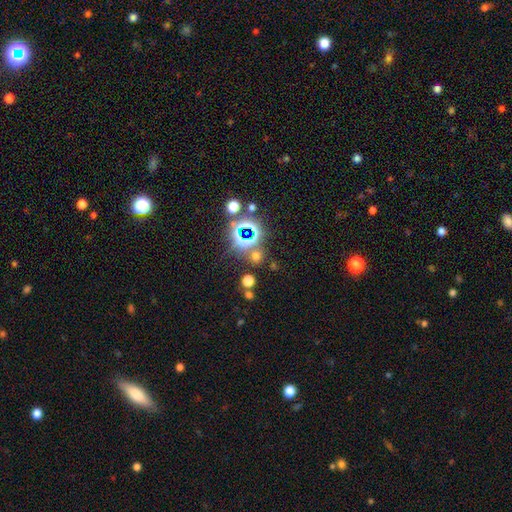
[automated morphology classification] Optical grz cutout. It shows a star or artifact, not a galaxy (47%).